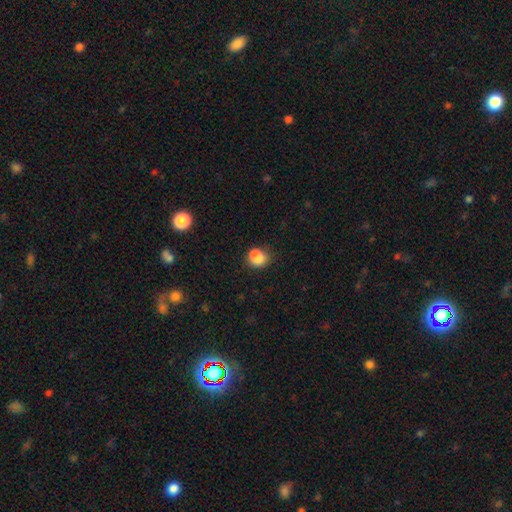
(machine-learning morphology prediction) Smooth or featured?
  - smooth: 75% *
  - featured or disk: 15%
  - star or artifact: 10%
How rounded?
  - round: 63% *
  - in between: 36%
  - cigar-shaped: 1%
Merging?
  - merger: 45% *
  - none: 37%
  - minor disturbance: 12%
  - major disturbance: 5%